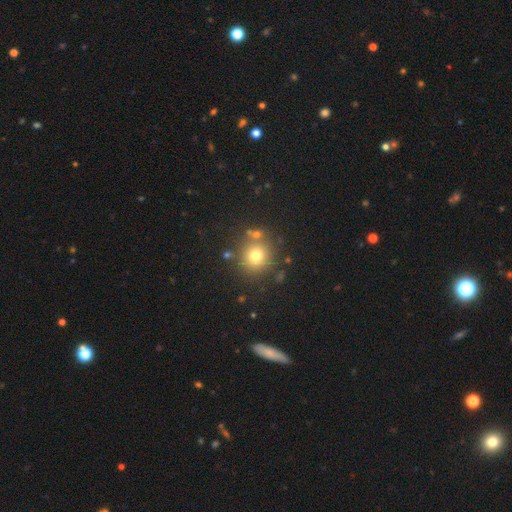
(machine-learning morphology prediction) A smooth galaxy with no disk features (74%) that is round (91%).

Vote fractions:
- Smooth or featured? smooth: 74% / star or artifact: 16% / featured or disk: 10%
- How rounded? round: 91% / in between: 8% / cigar-shaped: 1%
- Merging? none: 80% / minor disturbance: 9% / merger: 8% / major disturbance: 3%